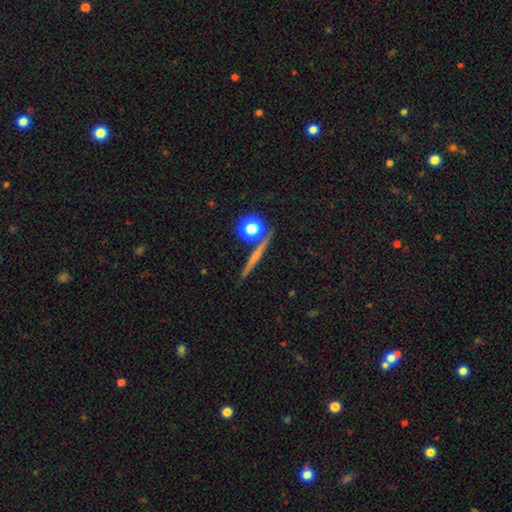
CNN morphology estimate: Smooth or featured? Predicted: smooth (p=0.44). Merging? Predicted: none (p=0.84).